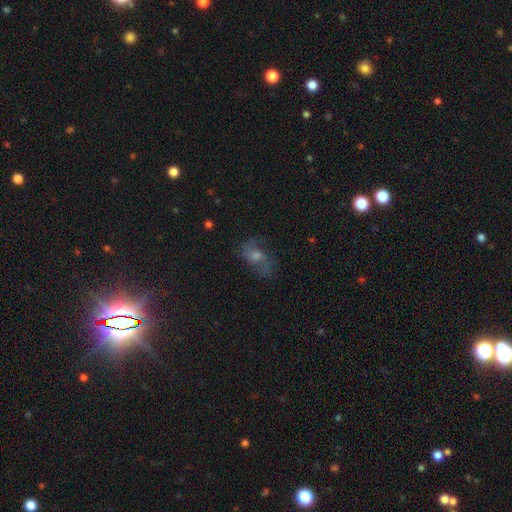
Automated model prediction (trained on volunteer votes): A featured or disk galaxy (64%) with no bar (57%), 2 (83%) loose (52%) spiral arms (90%) and a moderate central bulge (53%).

Vote fractions:
- Smooth or featured? featured or disk: 64% / smooth: 18% / star or artifact: 17%
- Edge-on disk? no: 95% / yes: 5%
- Bar? no: 57% / weak: 36% / strong: 7%
- Spiral arms? yes: 90% / no: 10%
- Spiral winding? loose: 52% / medium: 38% / tight: 10%
- Spiral arm count? 2: 83% / can't tell: 8% / 1: 3% / 3: 3% / 4: 2% / more than 4: 2%
- Bulge size? moderate: 53% / small: 29% / large: 9% / none: 6% / dominant: 2%
- Merging? none: 70% / minor disturbance: 17% / major disturbance: 11% / merger: 2%